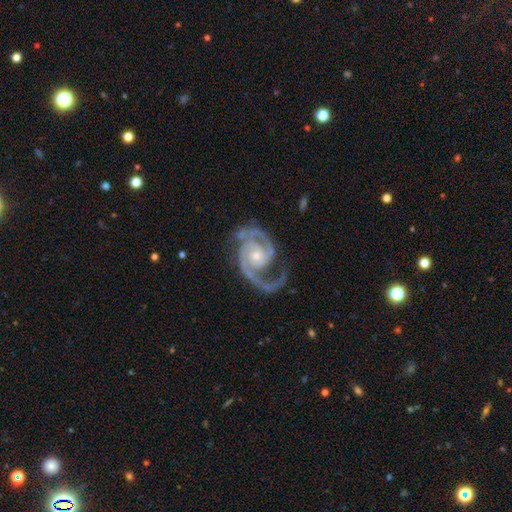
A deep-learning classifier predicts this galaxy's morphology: A featured or disk galaxy (94%) with no bar (64%), 2 (86%) medium (52%) spiral arms (99%) and a small central bulge (59%). Merging: none (63%).